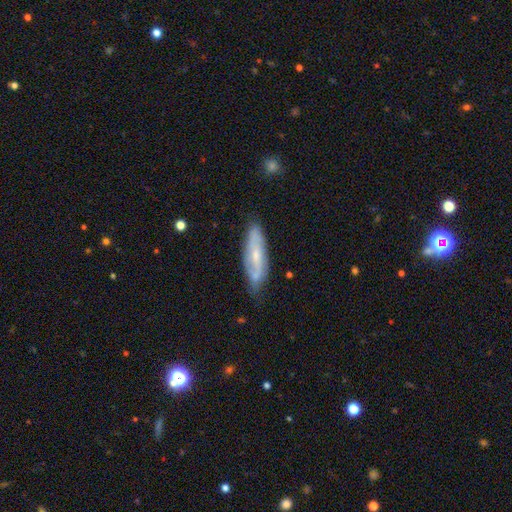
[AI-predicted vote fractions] This appears to be a featured or disk galaxy (62%). Merging: none (72%).